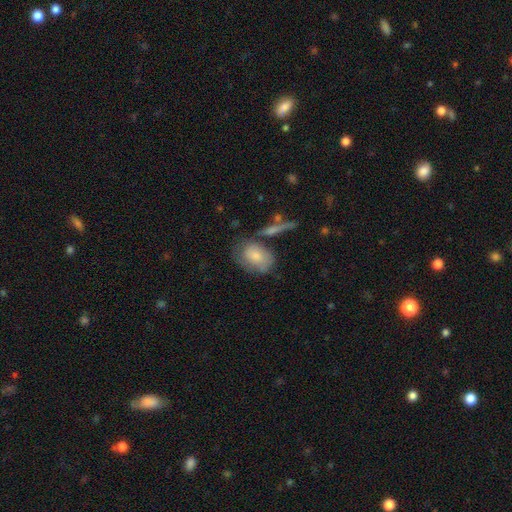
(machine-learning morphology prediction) A smooth galaxy with no disk features (70%) that is in between round and cigar-shaped (74%).

Vote fractions:
- Smooth or featured? smooth: 70% / featured or disk: 23% / star or artifact: 7%
- How rounded? in between: 74% / round: 24% / cigar-shaped: 2%
- Merging? none: 49% / minor disturbance: 25% / merger: 14% / major disturbance: 12%